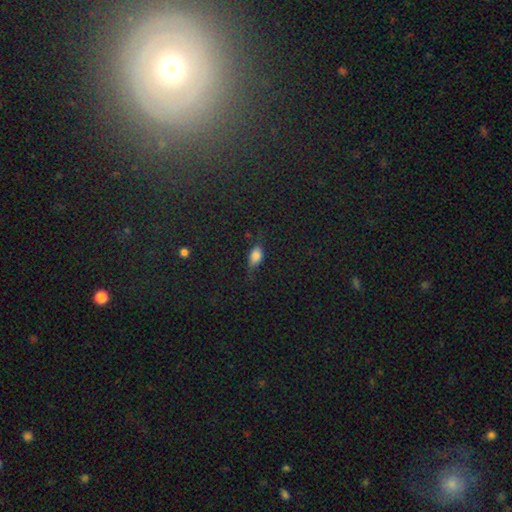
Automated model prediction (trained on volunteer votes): This is likely a smooth galaxy (77%). How rounded: clearly in between (84%). Merging: likely none (60%).